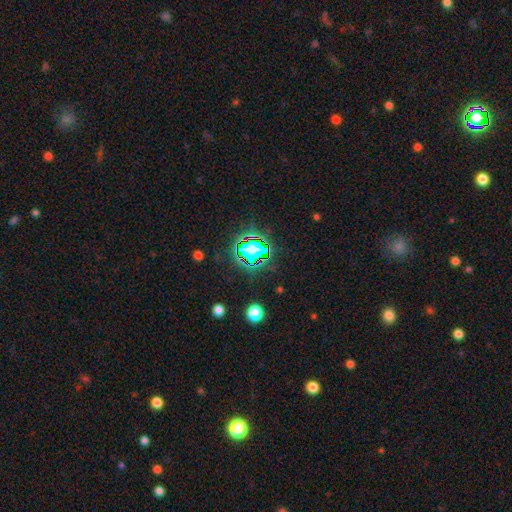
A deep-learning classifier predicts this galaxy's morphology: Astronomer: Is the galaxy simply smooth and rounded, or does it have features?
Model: star or artifact — 78%.